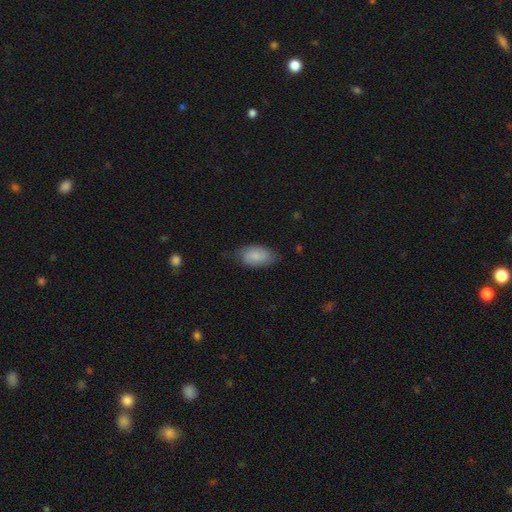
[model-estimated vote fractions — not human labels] Overall: smooth (79%). How rounded: in between (93%). Merging: none (70%).